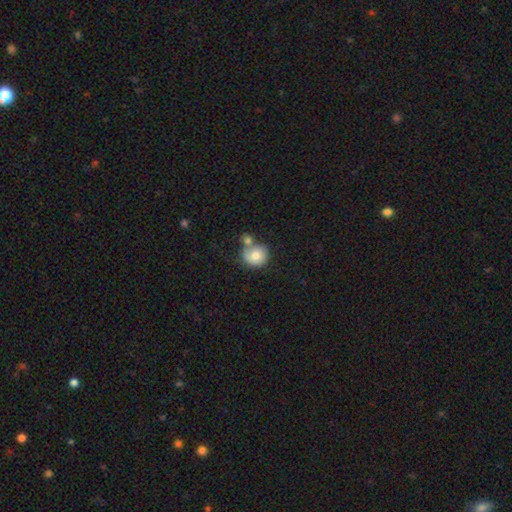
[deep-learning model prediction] A smooth galaxy with no disk features (78%) that is round (82%).

Vote fractions:
- Smooth or featured? smooth: 78% / featured or disk: 14% / star or artifact: 8%
- How rounded? round: 82% / in between: 17% / cigar-shaped: 1%
- Merging? none: 40% / merger: 38% / minor disturbance: 15% / major disturbance: 6%